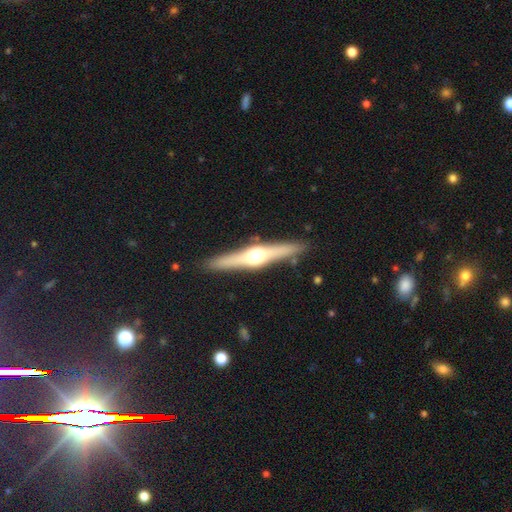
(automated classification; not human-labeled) This appears to be a featured or disk galaxy (72%) viewed edge-on (97%) with a rounded central bulge (93%). Merging: none (89%).